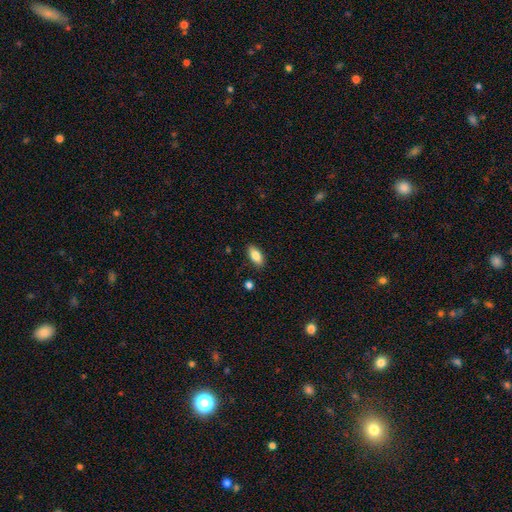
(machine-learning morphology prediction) A smooth galaxy with no disk features (83%) that is in between round and cigar-shaped (88%). Merging: none (86%).